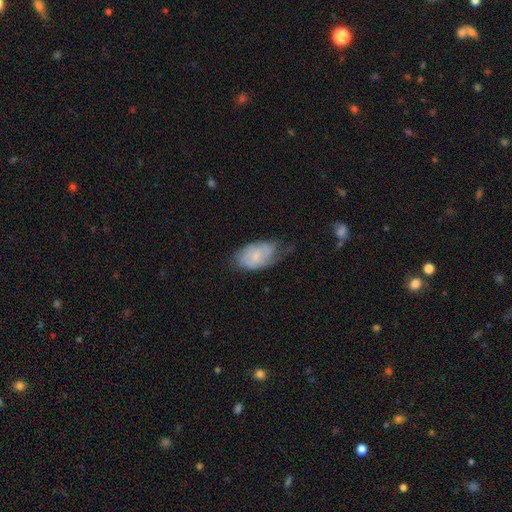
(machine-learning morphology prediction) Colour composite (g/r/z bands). It shows a featured or disk galaxy (47%). Merging: none (43%).